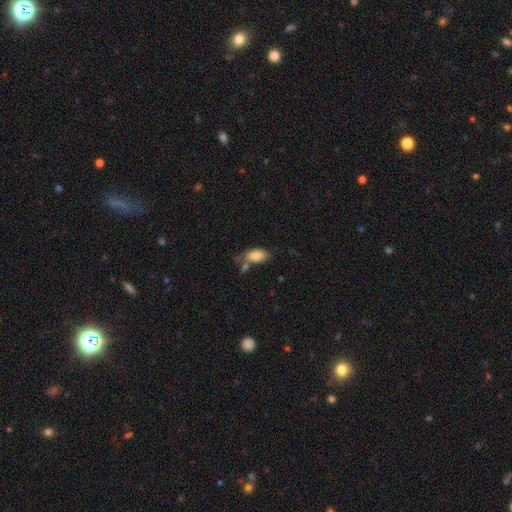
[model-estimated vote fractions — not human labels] Smooth or featured? Predicted: smooth (p=0.84). How rounded? Predicted: in between (p=0.91). Merging? Predicted: none (p=0.51).